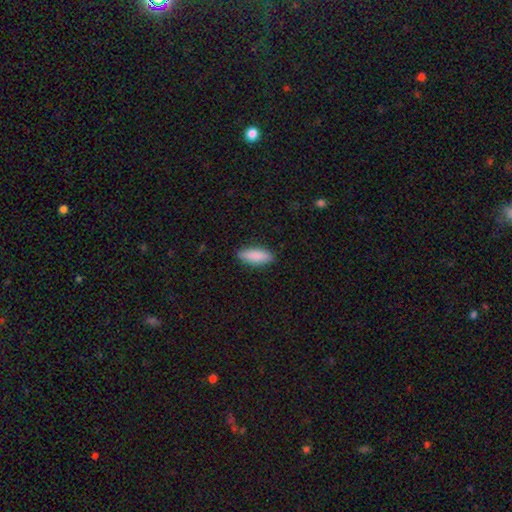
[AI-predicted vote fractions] Overall: smooth (87%). How rounded: in between (66%; cigar-shaped 32%). Merging: none (87%).